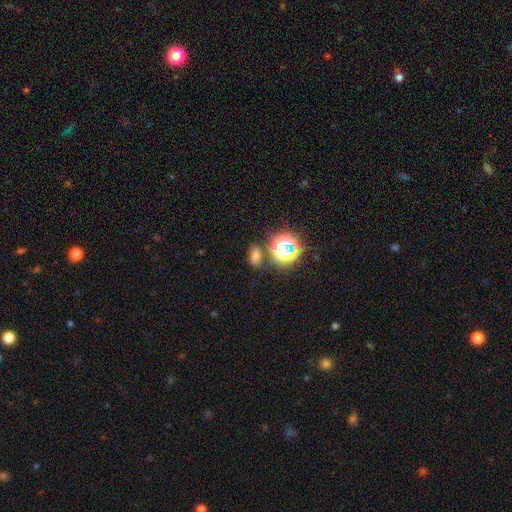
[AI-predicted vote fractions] The model was most divided on "smooth or featured": smooth: 63%, star or artifact: 30%, featured or disk: 7%. More confident: how rounded — in between (75%); merging — none (74%).